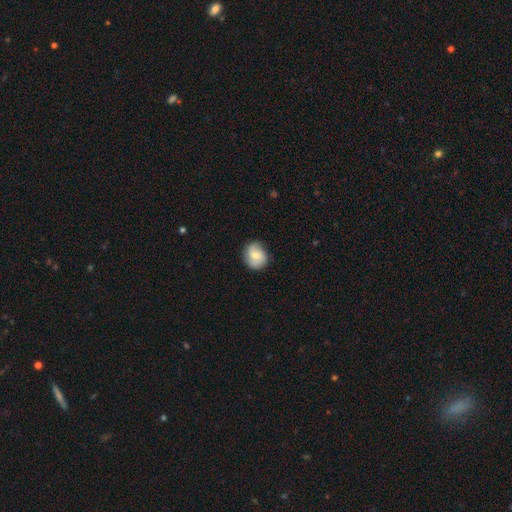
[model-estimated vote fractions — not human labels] Smooth or featured? Predicted: featured or disk (p=0.48). Merging? Predicted: none (p=0.76).